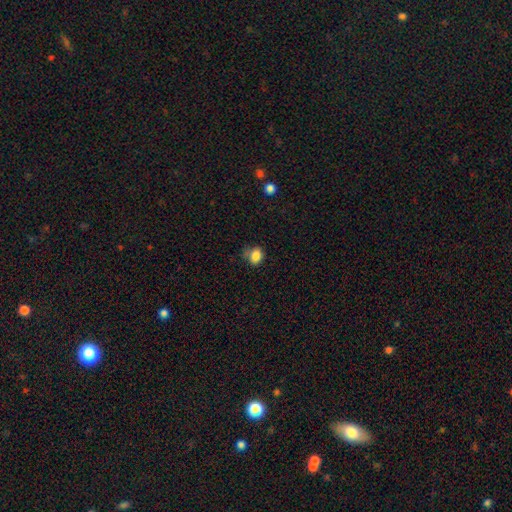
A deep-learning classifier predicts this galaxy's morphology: A smooth galaxy with no disk features (85%) that is in between round and cigar-shaped (55%).

Vote fractions:
- Smooth or featured? smooth: 85% / star or artifact: 10% / featured or disk: 5%
- How rounded? in between: 55% / round: 44% / cigar-shaped: 1%
- Merging? none: 63% / minor disturbance: 26% / major disturbance: 7% / merger: 5%